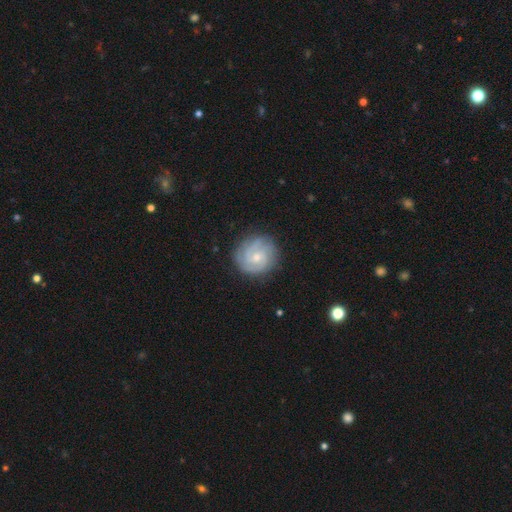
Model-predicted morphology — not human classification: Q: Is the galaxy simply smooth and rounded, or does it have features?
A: featured or disk — 79%.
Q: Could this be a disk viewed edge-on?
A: no — 98%.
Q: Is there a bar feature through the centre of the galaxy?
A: no — 63%.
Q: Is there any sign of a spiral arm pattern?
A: yes — 96%.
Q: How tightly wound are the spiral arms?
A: tight — 71%.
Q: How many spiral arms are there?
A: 3 — 30%.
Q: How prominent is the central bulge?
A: small — 53%.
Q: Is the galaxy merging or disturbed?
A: none — 82%.